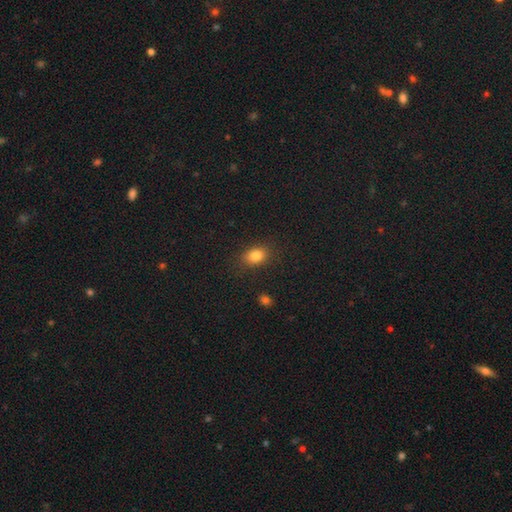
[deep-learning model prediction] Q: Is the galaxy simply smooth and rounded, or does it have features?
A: smooth — 82%.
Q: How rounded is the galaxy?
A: in between — 68%.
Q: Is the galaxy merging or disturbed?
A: none — 85%.